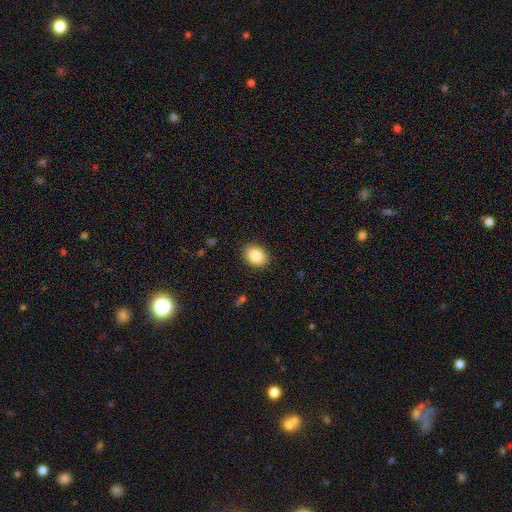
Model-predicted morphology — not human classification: The model was most divided on "how rounded": in between: 69%, round: 30%, cigar-shaped: 1%. More confident: merging — none (89%); smooth or featured — smooth (87%).